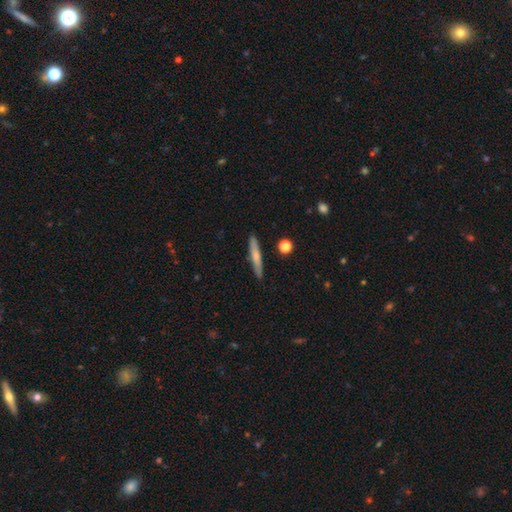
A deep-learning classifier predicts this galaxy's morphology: Smooth or featured?
  - smooth: 61% *
  - featured or disk: 33%
  - star or artifact: 7%
How rounded?
  - cigar-shaped: 93% *
  - in between: 5%
  - round: 2%
Merging?
  - none: 89% *
  - minor disturbance: 8%
  - merger: 2%
  - major disturbance: 2%